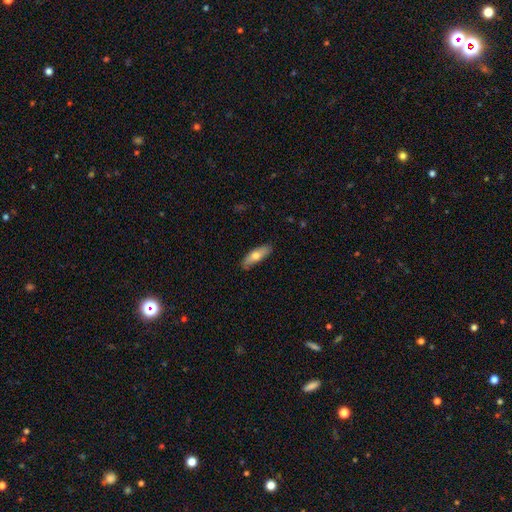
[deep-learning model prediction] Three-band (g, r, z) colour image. It shows a smooth galaxy with no disk features (66%) that is in between round and cigar-shaped (55%). Merging: none (83%).